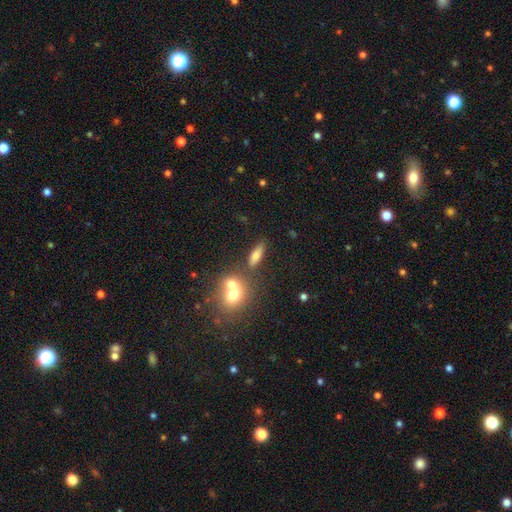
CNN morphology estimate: Overall: smooth (72%). How rounded: in between (54%; cigar-shaped 38%). Merging: none (63%).